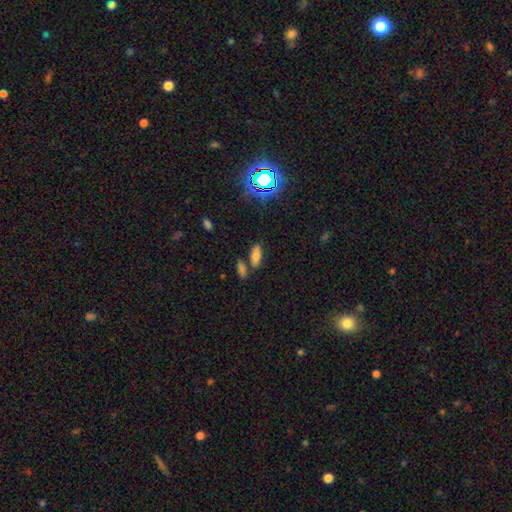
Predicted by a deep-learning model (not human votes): This is likely a smooth galaxy (73%). How rounded: likely in between (79%). Merging: likely none (65%).